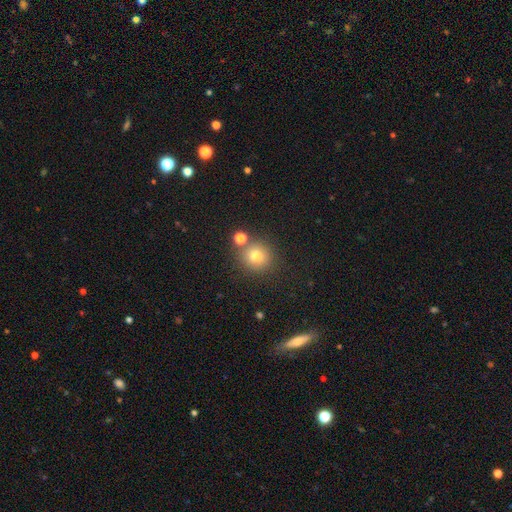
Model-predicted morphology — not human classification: The model was most divided on "merging": none: 75%, merger: 14%, minor disturbance: 9%, major disturbance: 3%. More confident: how rounded — round (90%); smooth or featured — smooth (76%).